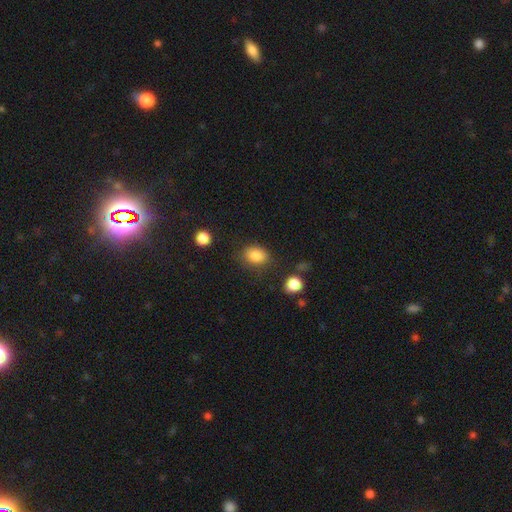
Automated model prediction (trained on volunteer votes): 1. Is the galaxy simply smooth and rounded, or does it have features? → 86% smooth, 9% star or artifact, 5% featured or disk.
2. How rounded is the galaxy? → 66% in between, 33% round, 1% cigar-shaped.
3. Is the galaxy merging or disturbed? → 76% none, 16% minor disturbance, 5% major disturbance, 3% merger.